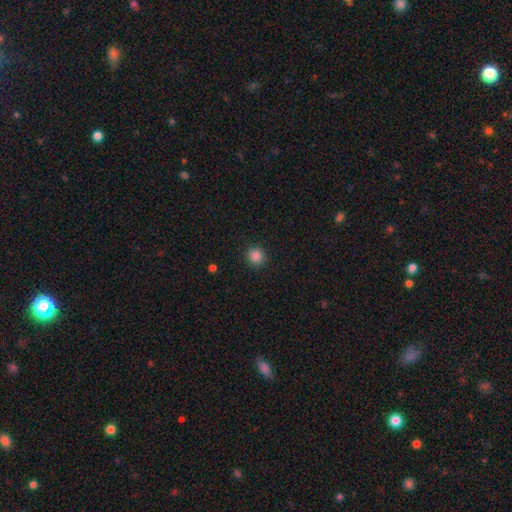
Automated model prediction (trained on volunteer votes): Smooth or featured?
  - smooth: 86% *
  - star or artifact: 11%
  - featured or disk: 3%
How rounded?
  - round: 93% *
  - in between: 6%
  - cigar-shaped: 1%
Merging?
  - none: 91% *
  - minor disturbance: 6%
  - major disturbance: 2%
  - merger: 1%